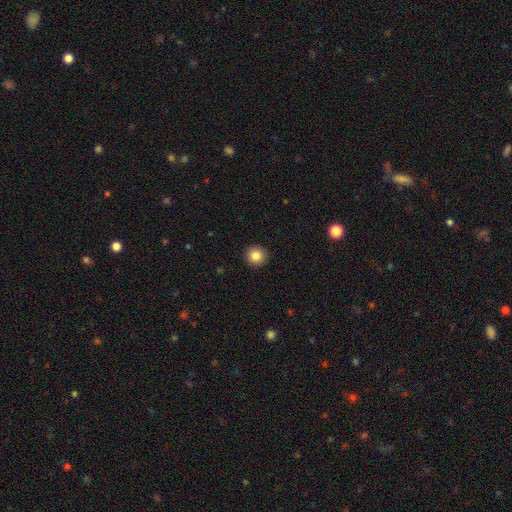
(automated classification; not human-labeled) Q: Smooth or featured?
A: smooth (84%); runner-up: star or artifact (10%)
Q: How rounded?
A: round (93%); runner-up: in between (6%)
Q: Merging?
A: none (93%); runner-up: minor disturbance (5%)